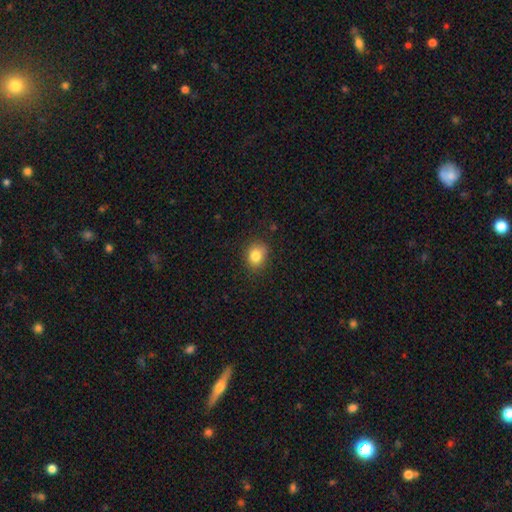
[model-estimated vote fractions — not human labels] smooth-or-featured: smooth: 83% | star or artifact: 11% | featured or disk: 7%
  how-rounded: round: 62% | in between: 38% | cigar-shaped: 1%
  merging: none: 82% | minor disturbance: 13% | major disturbance: 3% | merger: 1%